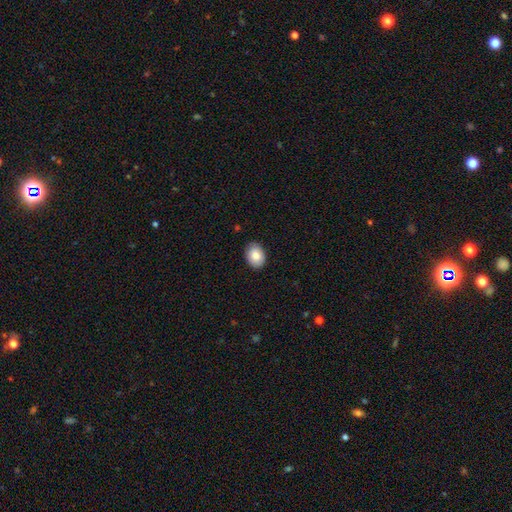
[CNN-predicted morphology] Overall: smooth (84%). How rounded: in between (73%). Merging: none (88%).